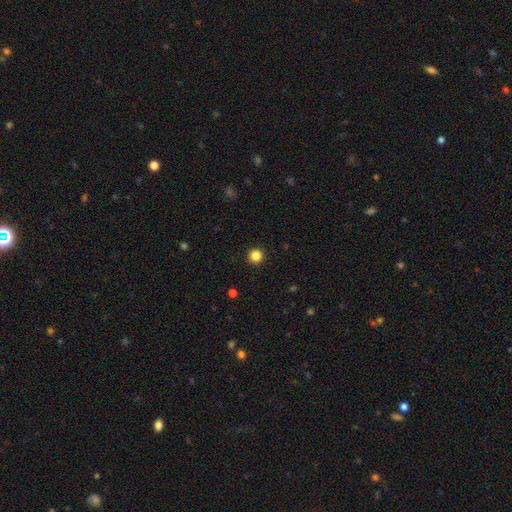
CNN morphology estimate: The model was most divided on "smooth or featured": smooth: 86%, star or artifact: 11%, featured or disk: 3%. More confident: how rounded — round (96%); merging — none (94%).